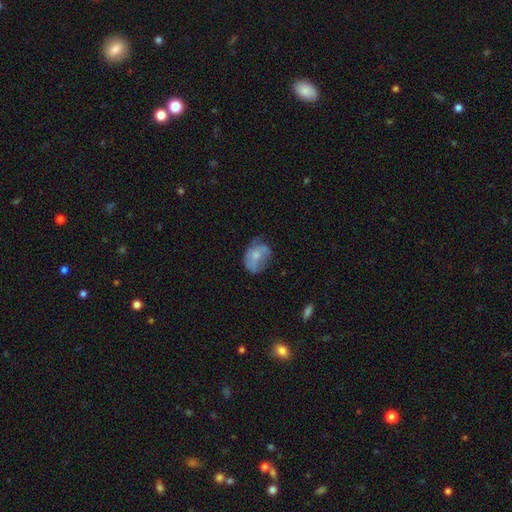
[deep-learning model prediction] A smooth galaxy with no disk features (54%) that is in between round and cigar-shaped (62%).

Vote fractions:
- Smooth or featured? smooth: 54% / featured or disk: 38% / star or artifact: 8%
- How rounded? in between: 62% / round: 37% / cigar-shaped: 1%
- Merging? none: 43% / minor disturbance: 33% / major disturbance: 21% / merger: 3%